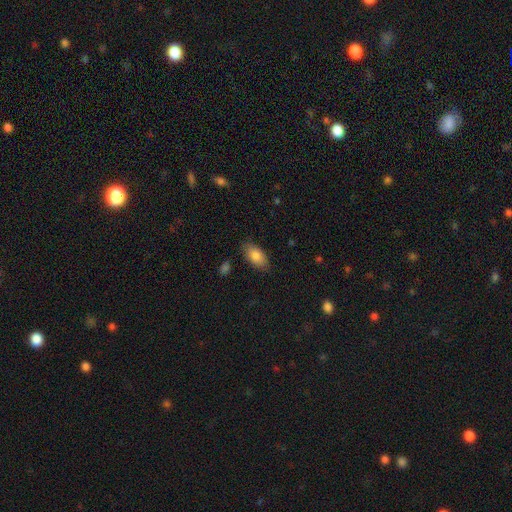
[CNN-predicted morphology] The model was most divided on "merging": none: 83%, minor disturbance: 13%, major disturbance: 3%, merger: 1%. More confident: how rounded — in between (92%); smooth or featured — smooth (82%).